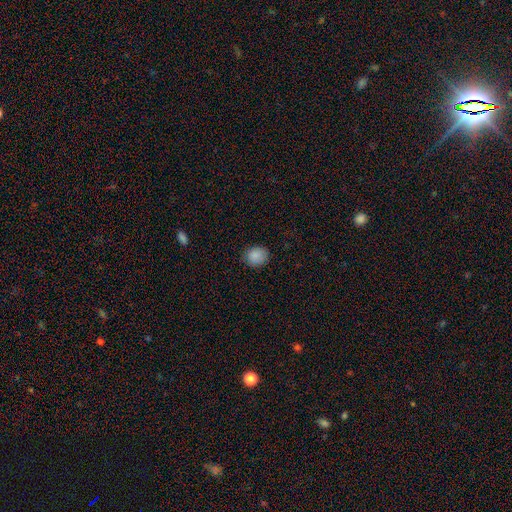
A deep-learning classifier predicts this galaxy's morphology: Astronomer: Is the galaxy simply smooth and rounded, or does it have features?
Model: smooth — 88%.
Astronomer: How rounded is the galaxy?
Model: round — 64%.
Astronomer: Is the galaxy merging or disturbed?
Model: none — 83%.